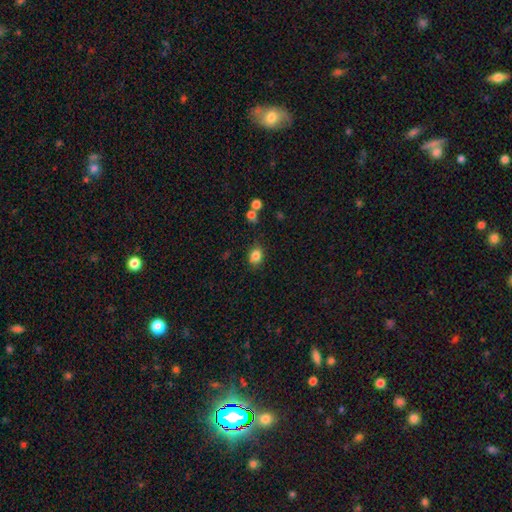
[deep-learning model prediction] smooth_or_featured: smooth (p=0.83) [alt: star or artifact p=0.10]
how_rounded: in between (p=0.66) [alt: round p=0.33]
merging: none (p=0.80) [alt: minor disturbance p=0.13]